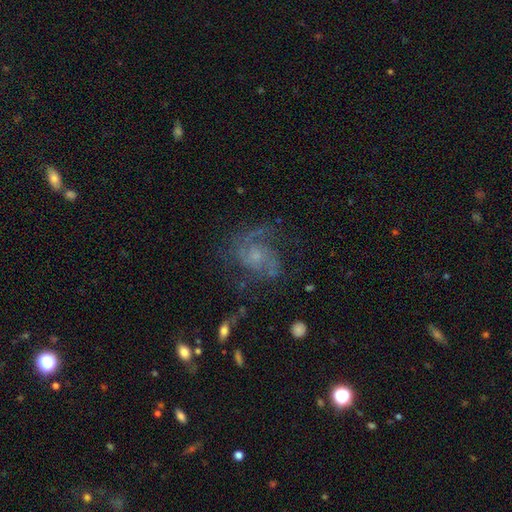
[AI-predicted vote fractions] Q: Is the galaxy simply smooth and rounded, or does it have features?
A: featured or disk — 78%.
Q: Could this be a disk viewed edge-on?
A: no — 98%.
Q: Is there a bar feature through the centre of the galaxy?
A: no — 70%.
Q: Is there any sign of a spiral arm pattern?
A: yes — 92%.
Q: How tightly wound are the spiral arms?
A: medium — 49%.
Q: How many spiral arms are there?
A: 2 — 62%.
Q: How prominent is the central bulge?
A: small — 60%.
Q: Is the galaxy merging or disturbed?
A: none — 61%.